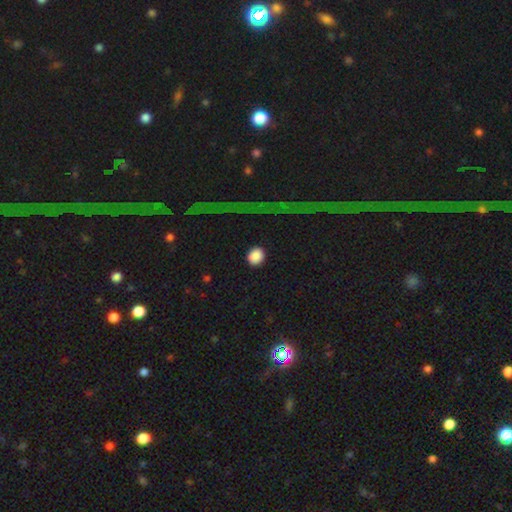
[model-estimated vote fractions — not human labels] A smooth galaxy with no disk features (86%) that is round (78%).

Vote fractions:
- Smooth or featured? smooth: 86% / star or artifact: 9% / featured or disk: 5%
- How rounded? round: 78% / in between: 21% / cigar-shaped: 2%
- Merging? none: 89% / minor disturbance: 7% / major disturbance: 3% / merger: 1%